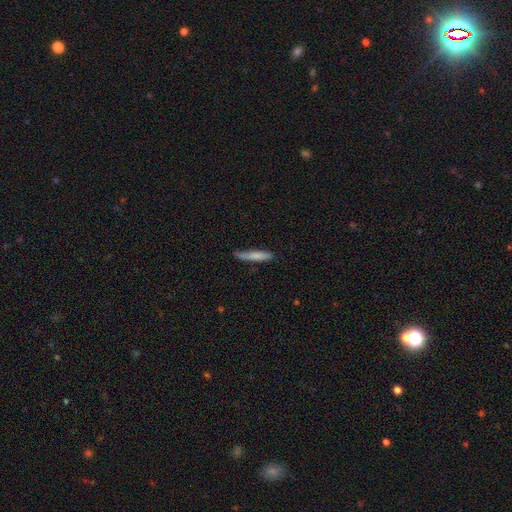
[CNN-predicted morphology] Smooth or featured? smooth (77%)
How rounded? cigar-shaped (91%)
Merging? none (72%)